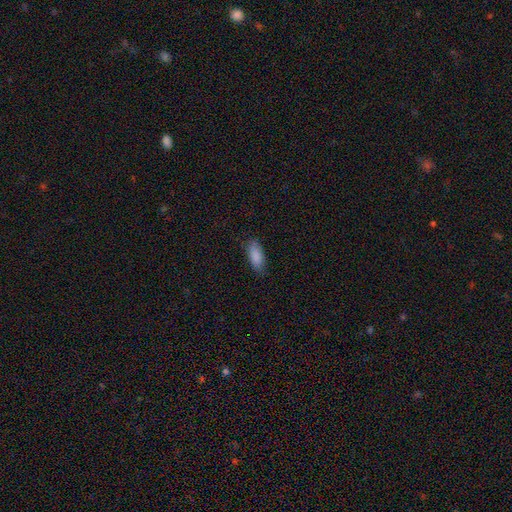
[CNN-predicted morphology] A smooth galaxy with no disk features (88%) that is in between round and cigar-shaped (84%). Merging: none (82%).